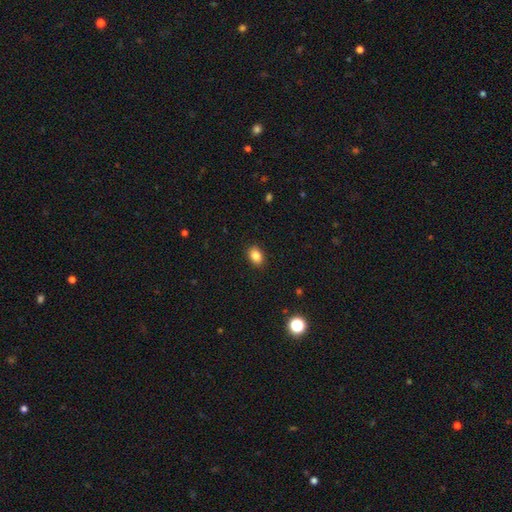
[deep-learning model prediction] A smooth galaxy with no disk features (85%) that is in between round and cigar-shaped (76%).

Vote fractions:
- Smooth or featured? smooth: 85% / star or artifact: 9% / featured or disk: 5%
- How rounded? in between: 76% / round: 23% / cigar-shaped: 1%
- Merging? none: 90% / minor disturbance: 8% / major disturbance: 2% / merger: 1%